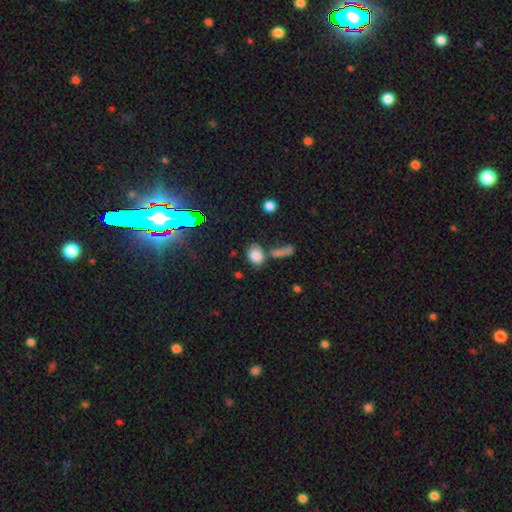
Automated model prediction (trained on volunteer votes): This appears to be a smooth galaxy with no disk features (79%) that is in between round and cigar-shaped (69%). Merging: none (52%).